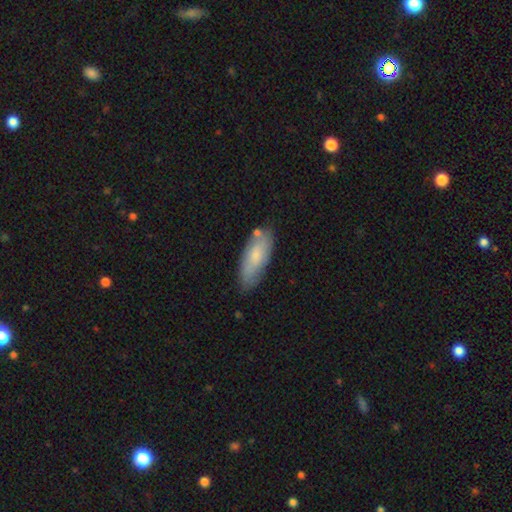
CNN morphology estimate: A smooth galaxy with no disk features (70%) that is in between round and cigar-shaped (74%). Merging: none (70%).